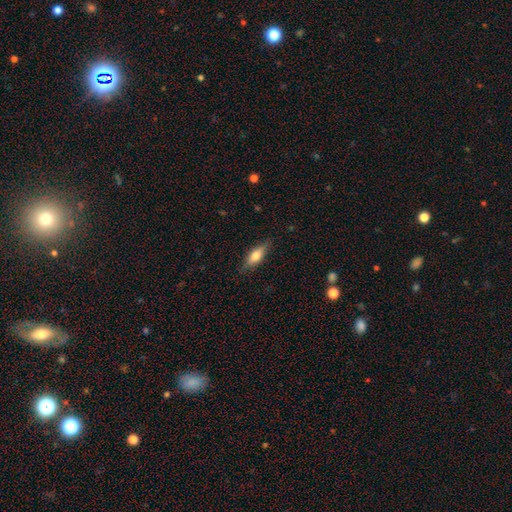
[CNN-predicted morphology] smooth 67%, featured or disk 27%, star or artifact 6%. Down the decision tree: how rounded — in between (63%); merging — none (82%).